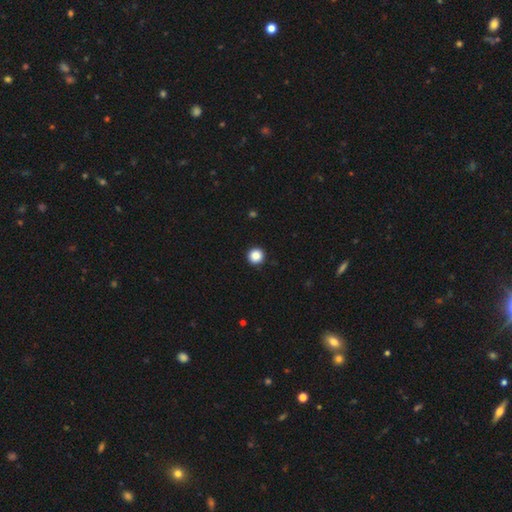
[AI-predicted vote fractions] Smooth or featured: smooth — 87% (star or artifact — 10%)
How rounded: round — 96% (in between — 3%)
Merging: none — 93% (minor disturbance — 4%)